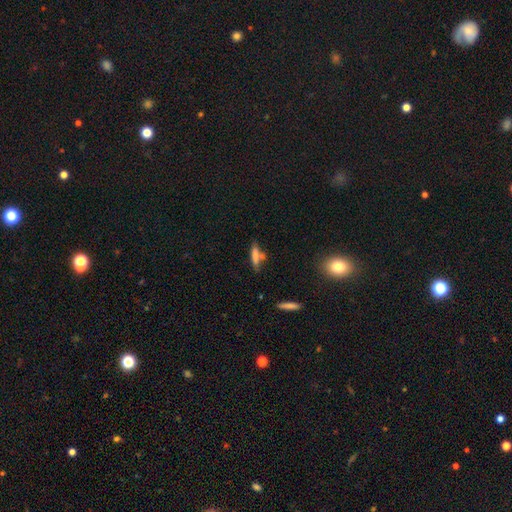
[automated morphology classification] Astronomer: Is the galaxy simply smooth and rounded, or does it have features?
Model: smooth — 67%.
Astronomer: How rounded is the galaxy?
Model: cigar-shaped — 74%.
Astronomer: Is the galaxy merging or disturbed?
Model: none — 60%.